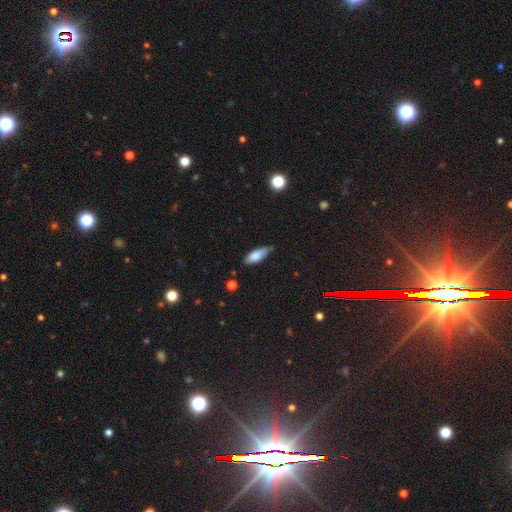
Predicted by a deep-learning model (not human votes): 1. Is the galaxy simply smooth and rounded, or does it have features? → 79% smooth, 14% featured or disk, 7% star or artifact.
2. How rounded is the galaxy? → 75% in between, 23% cigar-shaped, 2% round.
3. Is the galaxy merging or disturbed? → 66% none, 28% minor disturbance, 4% major disturbance, 2% merger.